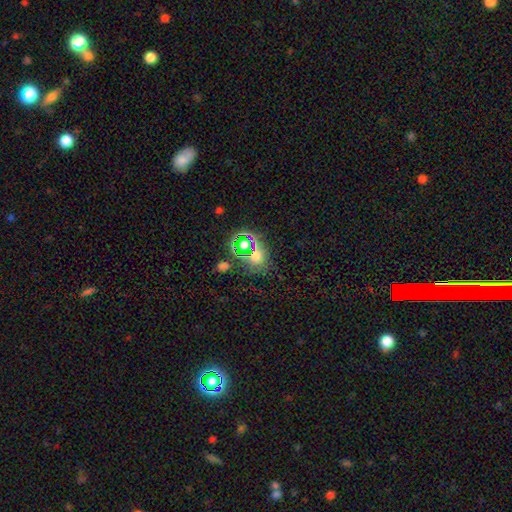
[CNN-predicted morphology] type=smooth (51%); roundness=round (68%); merging=none (65%).